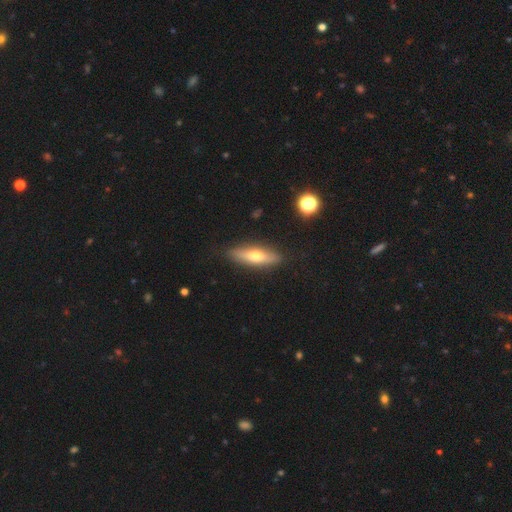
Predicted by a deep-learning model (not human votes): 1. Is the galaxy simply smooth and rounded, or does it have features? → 53% smooth, 41% featured or disk, 7% star or artifact.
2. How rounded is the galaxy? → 59% cigar-shaped, 39% in between, 3% round.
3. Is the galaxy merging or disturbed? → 87% none, 9% minor disturbance, 2% major disturbance, 1% merger.